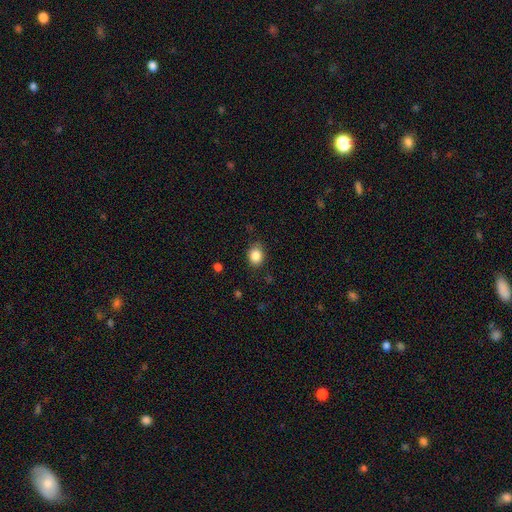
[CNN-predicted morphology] A smooth galaxy with no disk features (86%) that is round (50%). Merging: none (80%).